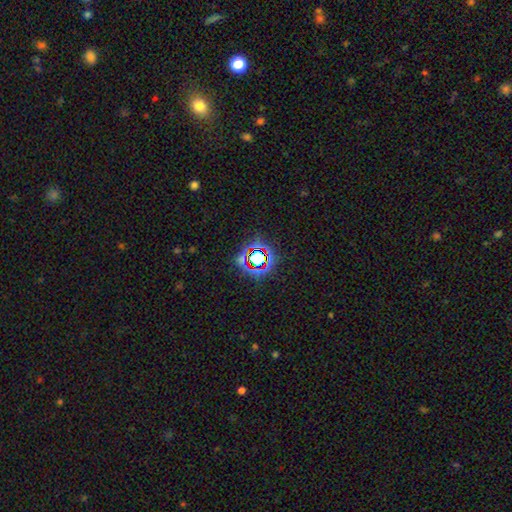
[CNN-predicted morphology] Smooth or featured: star or artifact — 71% (smooth — 19%)